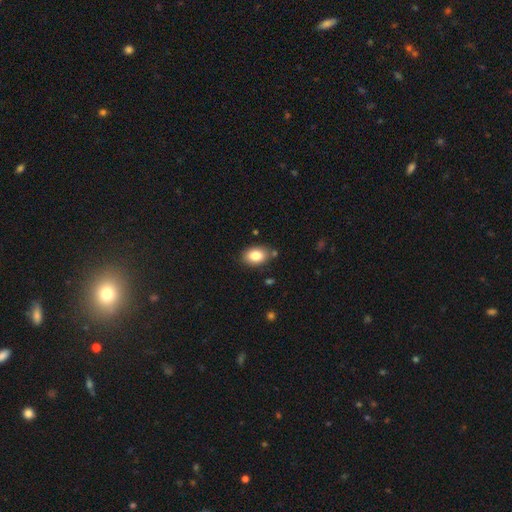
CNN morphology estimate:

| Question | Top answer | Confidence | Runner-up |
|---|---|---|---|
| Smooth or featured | smooth | 83% | featured or disk (9%) |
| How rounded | in between | 80% | round (18%) |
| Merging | none | 80% | minor disturbance (13%) |